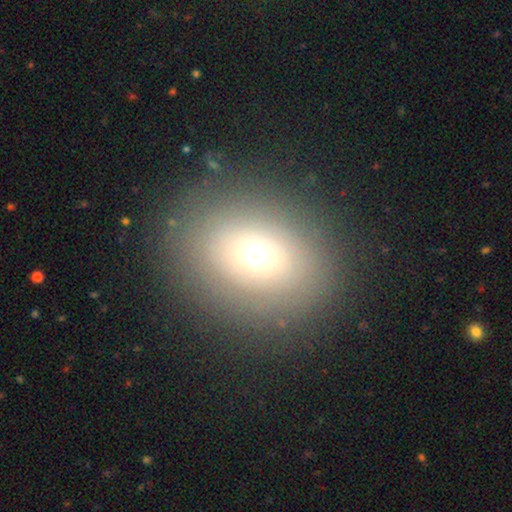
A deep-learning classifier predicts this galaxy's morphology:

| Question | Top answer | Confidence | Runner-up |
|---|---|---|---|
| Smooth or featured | smooth | 66% | featured or disk (18%) |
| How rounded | round | 54% | in between (45%) |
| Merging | none | 84% | minor disturbance (10%) |